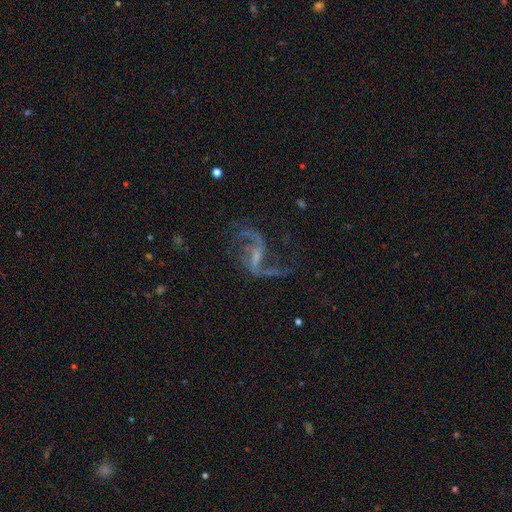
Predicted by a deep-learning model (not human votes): smooth_or_featured: featured or disk (p=0.88) [alt: star or artifact p=0.08]
disk_edge_on: no (p=0.97) [alt: yes p=0.03]
bar: weak (p=0.49) [alt: strong p=0.32]
has_spiral_arms: yes (p=0.95) [alt: no p=0.05]
spiral_winding: loose (p=0.78) [alt: medium p=0.18]
spiral_arm_count: 2 (p=0.89) [alt: 1 p=0.03]
bulge_size: small (p=0.41) [alt: none p=0.40]
merging: none (p=0.61) [alt: major disturbance p=0.20]